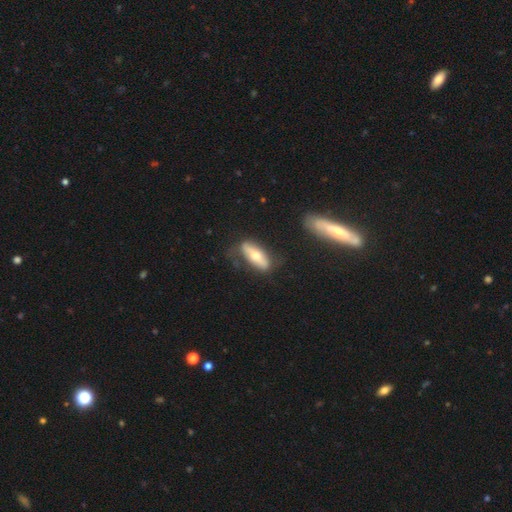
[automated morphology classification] Q: Smooth or featured?
A: featured or disk (48%); runner-up: smooth (46%)
Q: Merging?
A: none (65%); runner-up: minor disturbance (21%)